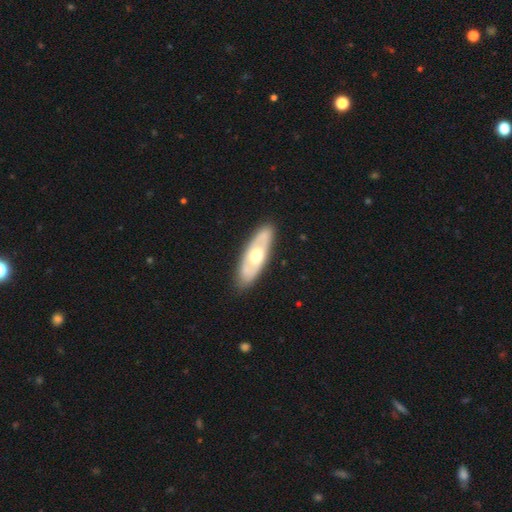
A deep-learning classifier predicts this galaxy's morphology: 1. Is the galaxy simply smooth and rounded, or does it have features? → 54% featured or disk, 41% smooth, 5% star or artifact.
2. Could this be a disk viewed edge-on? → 67% no, 33% yes.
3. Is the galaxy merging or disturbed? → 86% none, 10% minor disturbance, 3% major disturbance, 1% merger.